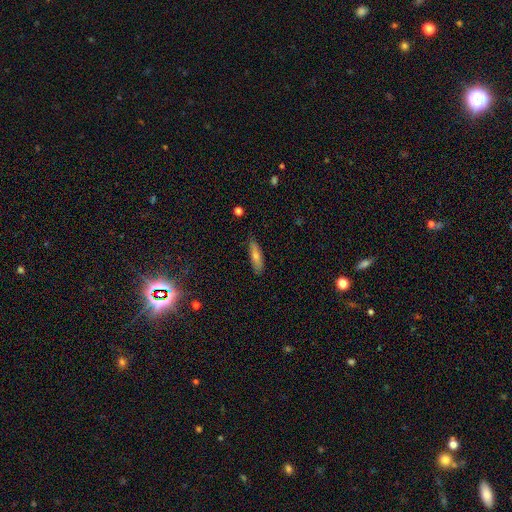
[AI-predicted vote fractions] Q: Smooth or featured?
A: smooth (59%); runner-up: featured or disk (29%)
Q: How rounded?
A: cigar-shaped (65%); runner-up: in between (33%)
Q: Merging?
A: none (84%); runner-up: minor disturbance (13%)